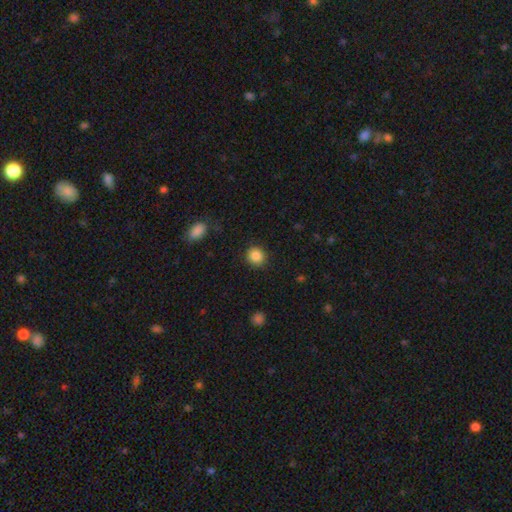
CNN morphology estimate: Smooth or featured?
  - smooth: 87% *
  - star or artifact: 9%
  - featured or disk: 4%
How rounded?
  - round: 89% *
  - in between: 11%
  - cigar-shaped: 1%
Merging?
  - none: 90% *
  - minor disturbance: 7%
  - major disturbance: 2%
  - merger: 1%